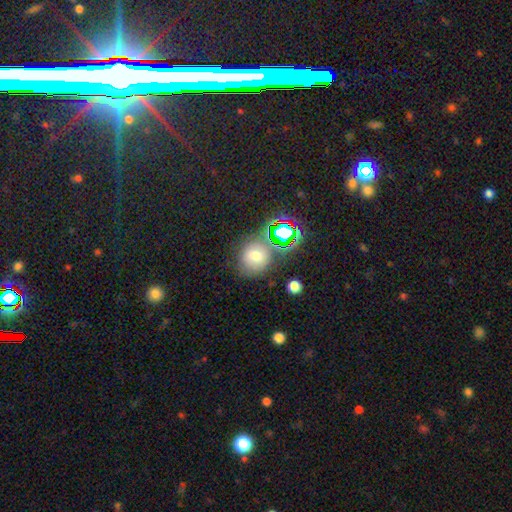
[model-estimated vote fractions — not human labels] Overall: smooth (60%; star or artifact 27%). How rounded: round (75%). Merging: none (70%).